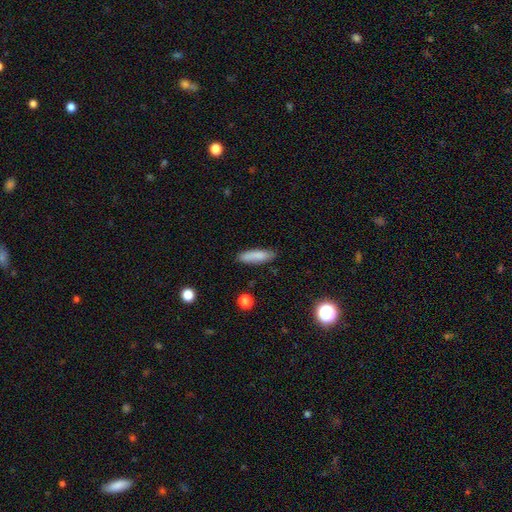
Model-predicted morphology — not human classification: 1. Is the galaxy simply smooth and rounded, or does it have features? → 84% smooth, 9% featured or disk, 7% star or artifact.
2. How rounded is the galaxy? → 66% cigar-shaped, 33% in between, 2% round.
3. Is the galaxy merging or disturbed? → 84% none, 12% minor disturbance, 2% major disturbance, 2% merger.